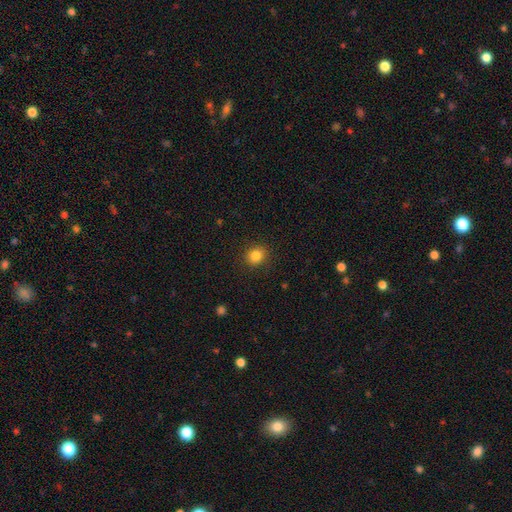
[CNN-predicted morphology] Smooth or featured? smooth (83%)
How rounded? round (76%)
Merging? none (89%)